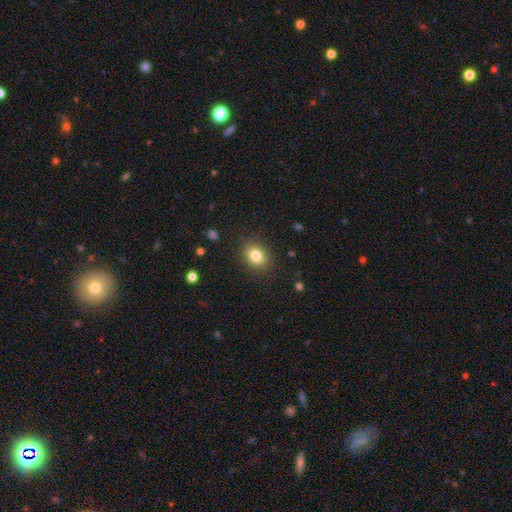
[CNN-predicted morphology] smooth_or_featured: smooth (p=0.82) [alt: star or artifact p=0.11]
how_rounded: round (p=0.60) [alt: in between p=0.39]
merging: none (p=0.87) [alt: minor disturbance p=0.09]